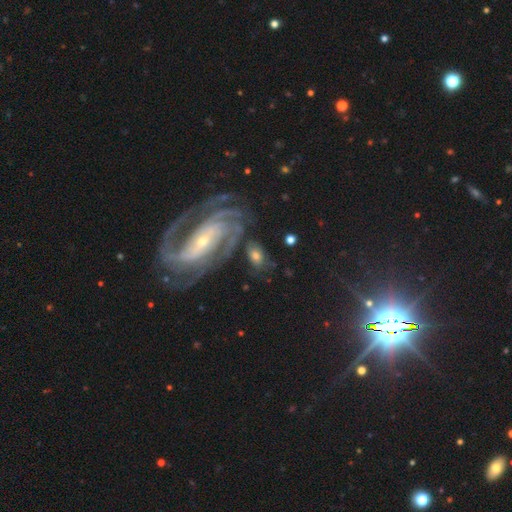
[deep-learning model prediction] This is possibly a featured or disk galaxy (54%). It is clearly not viewed edge-on (92%). Bar: possibly no (52%). Spiral arm pattern: clearly yes (86%). Central bulge: possibly small (50%). Merging: likely none (65%).